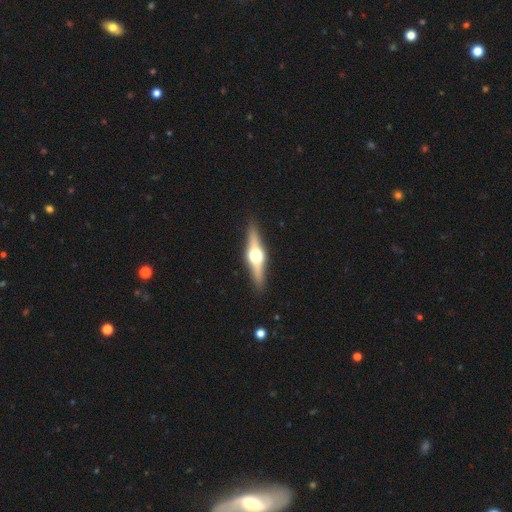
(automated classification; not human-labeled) Smooth or featured? featured or disk (75%)
Edge-on disk? yes (97%)
Edge-on bulge? rounded (96%)
Merging? none (90%)